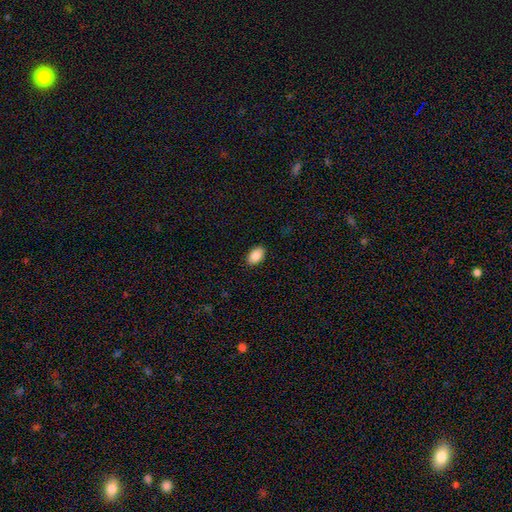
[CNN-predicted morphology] This appears to be a smooth galaxy with no disk features (90%) that is in between round and cigar-shaped (91%). Merging: none (89%).